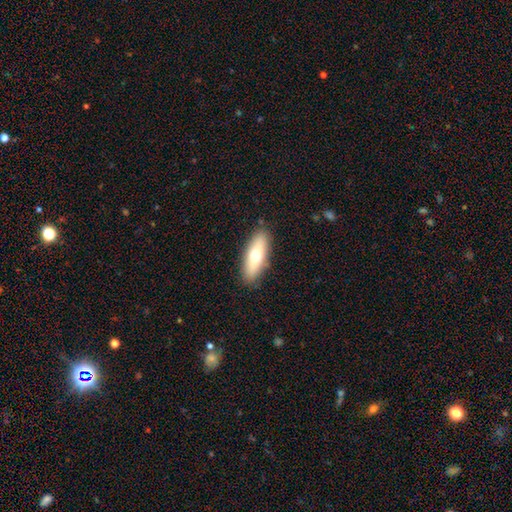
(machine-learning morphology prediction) smooth_or_featured: smooth (p=0.64) [alt: featured or disk p=0.29]
how_rounded: in between (p=0.61) [alt: cigar-shaped p=0.37]
merging: none (p=0.87) [alt: minor disturbance p=0.09]